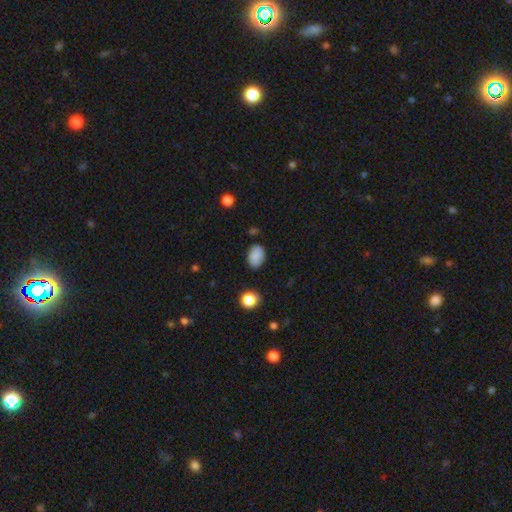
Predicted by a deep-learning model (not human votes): Smooth or featured? smooth (87%)
How rounded? in between (85%)
Merging? none (82%)